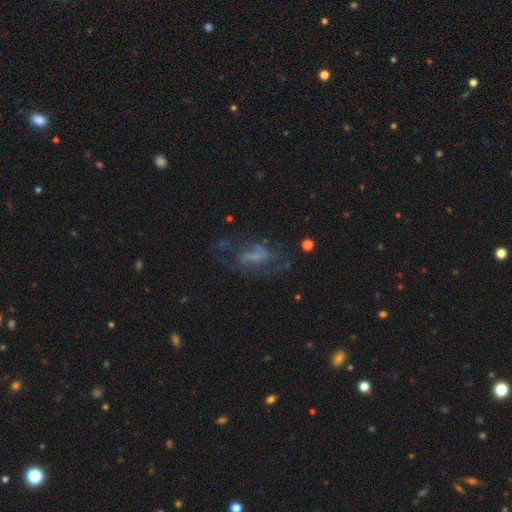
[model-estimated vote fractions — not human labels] Smooth or featured: featured or disk — 53% (smooth — 29%)
Edge-on disk: no — 92% (yes — 8%)
Merging: none — 47% (major disturbance — 30%)